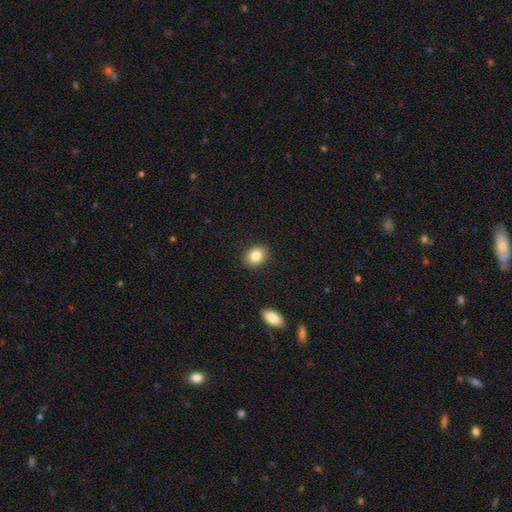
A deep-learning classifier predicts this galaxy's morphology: Smooth or featured? Predicted: smooth (p=0.83). How rounded? Predicted: in between (p=0.52). Merging? Predicted: none (p=0.89).